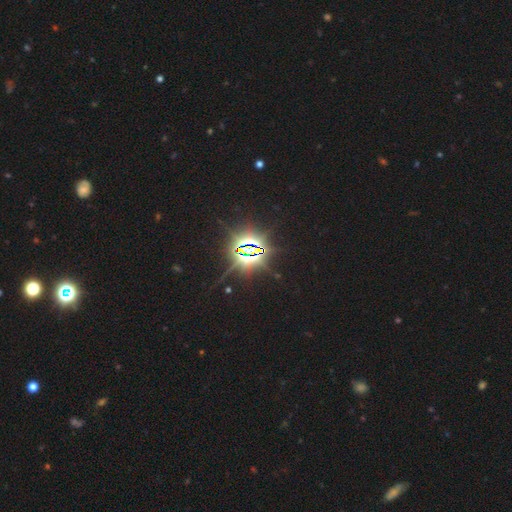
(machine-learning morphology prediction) This is clearly a star or artifact rather than a galaxy (85%).